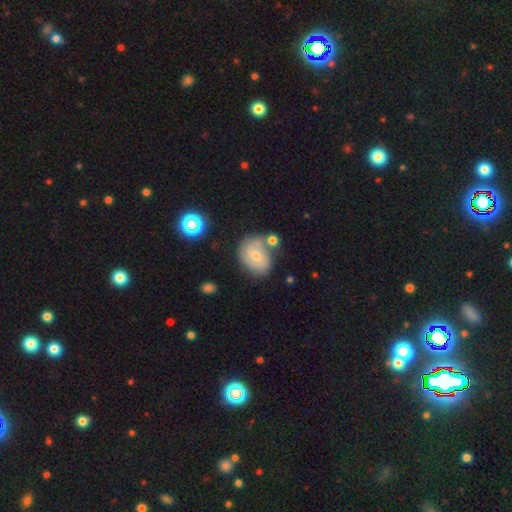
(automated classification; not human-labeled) Smooth or featured: featured or disk — 61% (smooth — 30%)
Edge-on disk: no — 97% (yes — 3%)
Bar: no — 45% (tied with weak — 45%)
Spiral arms: yes — 82% (no — 18%)
Bulge size: moderate — 59% (small — 36%)
Merging: none — 59% (minor disturbance — 20%)